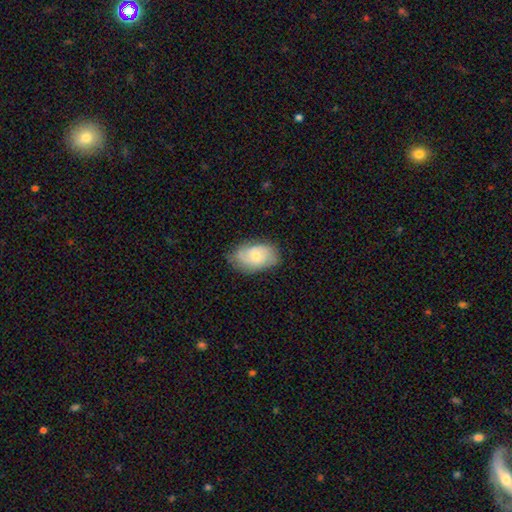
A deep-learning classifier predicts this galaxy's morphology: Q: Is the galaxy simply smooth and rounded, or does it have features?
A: featured or disk — 51%.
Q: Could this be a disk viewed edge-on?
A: no — 95%.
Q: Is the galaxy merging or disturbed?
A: none — 71%.